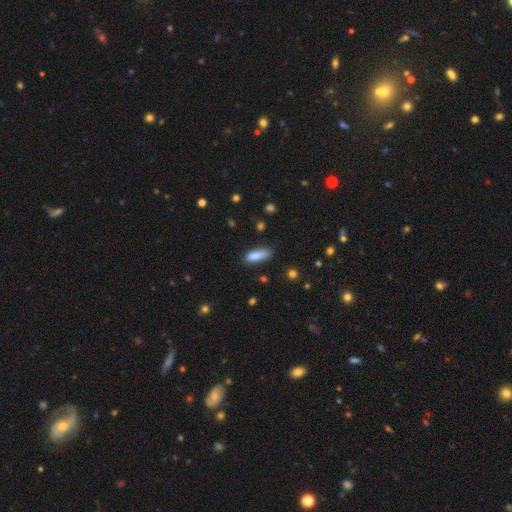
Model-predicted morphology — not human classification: Smooth or featured?
  - smooth: 85% *
  - star or artifact: 8%
  - featured or disk: 7%
How rounded?
  - in between: 61% *
  - cigar-shaped: 37%
  - round: 2%
Merging?
  - none: 67% *
  - minor disturbance: 24%
  - major disturbance: 6%
  - merger: 3%